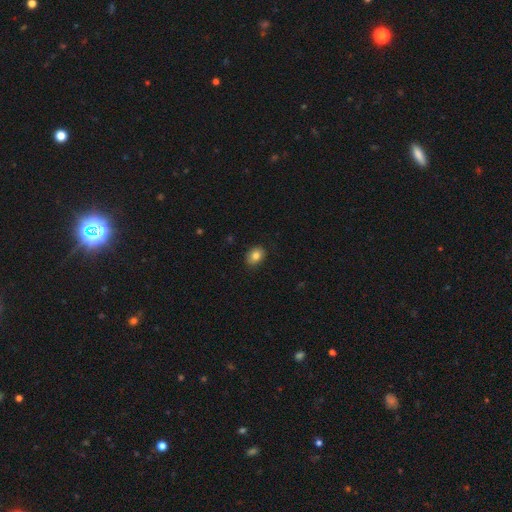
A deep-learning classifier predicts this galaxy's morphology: smooth_or_featured: smooth (p=0.84) [alt: star or artifact p=0.09]
how_rounded: in between (p=0.66) [alt: round p=0.33]
merging: none (p=0.86) [alt: minor disturbance p=0.11]